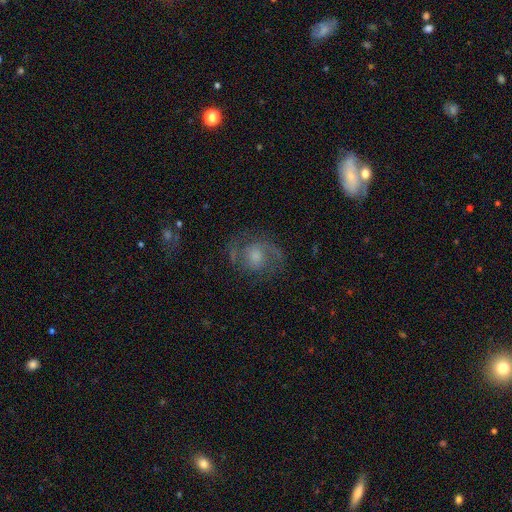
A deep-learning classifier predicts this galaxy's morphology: Q: Smooth or featured?
A: featured or disk (75%); runner-up: smooth (16%)
Q: Edge-on disk?
A: no (98%); runner-up: yes (2%)
Q: Bar?
A: no (61%); runner-up: weak (33%)
Q: Spiral arms?
A: yes (92%); runner-up: no (8%)
Q: Spiral winding?
A: medium (56%); runner-up: loose (24%)
Q: Spiral arm count?
A: 2 (85%); runner-up: can't tell (7%)
Q: Bulge size?
A: moderate (43%); runner-up: small (24%)
Q: Merging?
A: none (71%); runner-up: minor disturbance (16%)